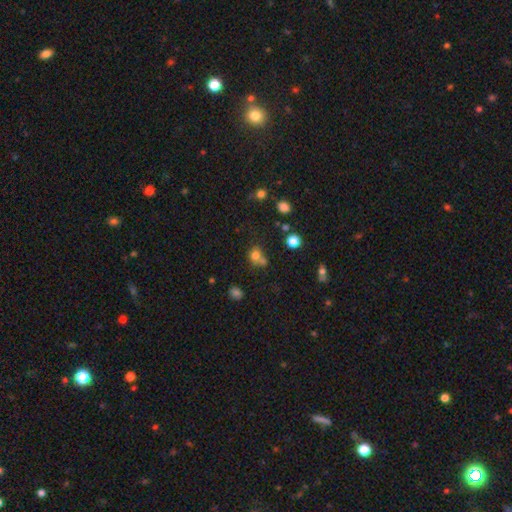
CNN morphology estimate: A smooth galaxy with no disk features (74%) that is round (69%).

Vote fractions:
- Smooth or featured? smooth: 74% / star or artifact: 16% / featured or disk: 10%
- How rounded? round: 69% / in between: 30% / cigar-shaped: 1%
- Merging? none: 40% / merger: 38% / minor disturbance: 14% / major disturbance: 8%